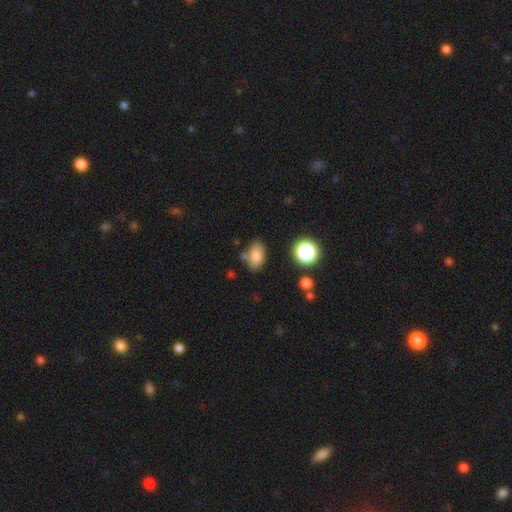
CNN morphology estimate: type=smooth (82%); roundness=in between (87%); merging=none (70%).